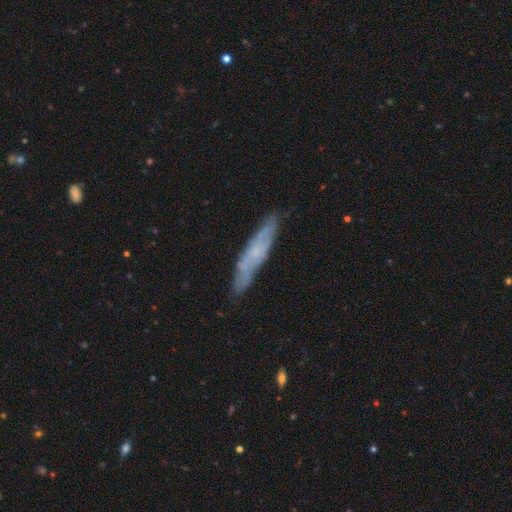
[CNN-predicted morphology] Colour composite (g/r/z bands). It shows a featured or disk galaxy (53%) viewed edge-on (62%). Merging: none (83%).